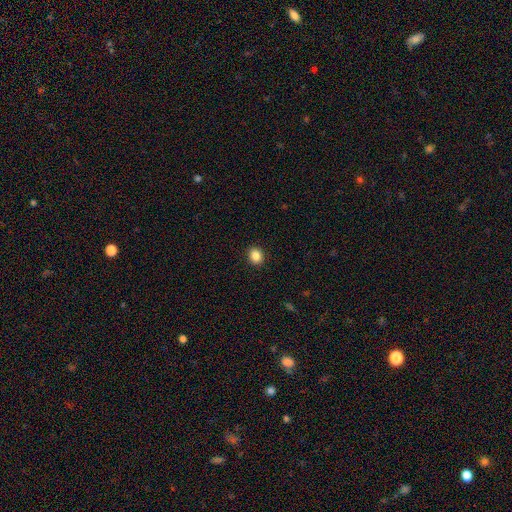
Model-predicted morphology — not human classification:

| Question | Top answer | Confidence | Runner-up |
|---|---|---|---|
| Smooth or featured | smooth | 86% | star or artifact (10%) |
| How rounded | round | 70% | in between (29%) |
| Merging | none | 92% | minor disturbance (5%) |